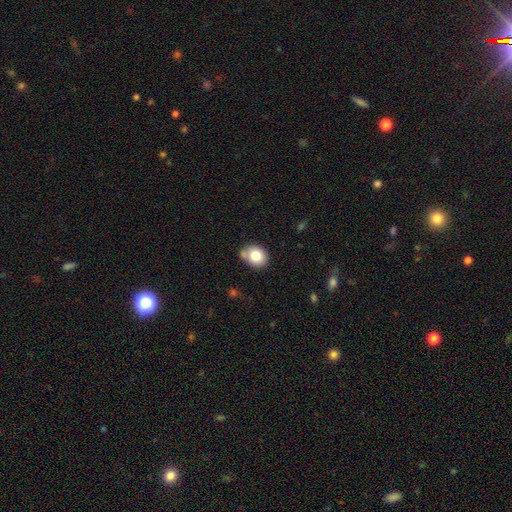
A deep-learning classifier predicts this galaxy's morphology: smooth-or-featured: smooth: 79% | featured or disk: 12% | star or artifact: 9%
  how-rounded: in between: 50% | round: 49% | cigar-shaped: 1%
  merging: none: 68% | minor disturbance: 19% | merger: 9% | major disturbance: 4%